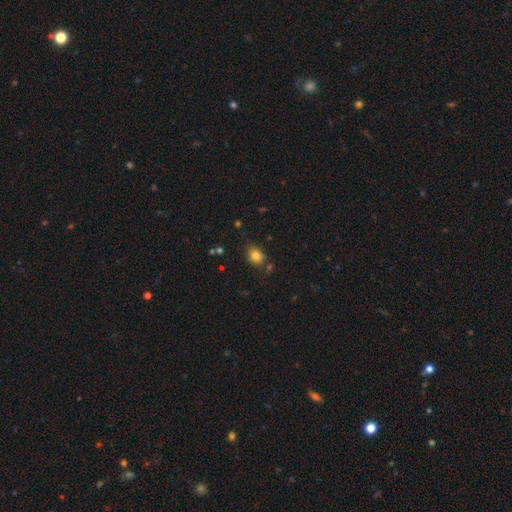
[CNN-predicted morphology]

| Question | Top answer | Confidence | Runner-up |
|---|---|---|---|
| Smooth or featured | smooth | 81% | star or artifact (12%) |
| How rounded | in between | 52% | round (47%) |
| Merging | none | 75% | minor disturbance (16%) |